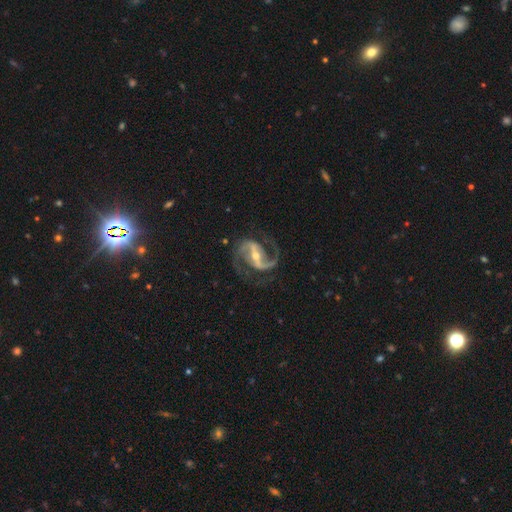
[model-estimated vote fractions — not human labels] Morphology: type=featured or disk (93%); edge-on=no (97%); bar=strong (64%); spiral arms=yes (98%); winding=medium (63%); arm count=2 (93%); bulge=moderate (52%); merging=none (79%).